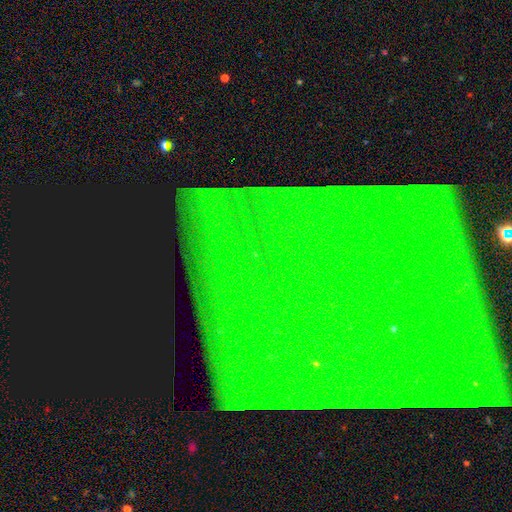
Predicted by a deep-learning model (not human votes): Q: Smooth or featured?
A: star or artifact (87%); runner-up: featured or disk (7%)